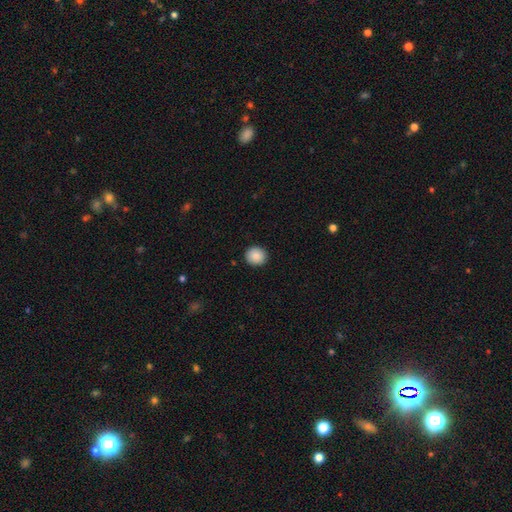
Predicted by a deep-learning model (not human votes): This appears to be a smooth galaxy with no disk features (89%) that is round (82%). Merging: none (91%).